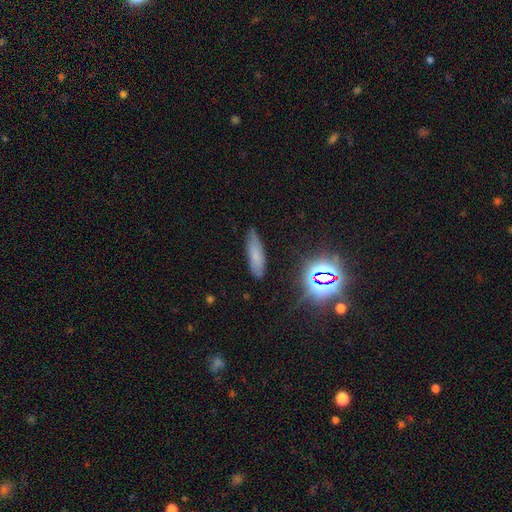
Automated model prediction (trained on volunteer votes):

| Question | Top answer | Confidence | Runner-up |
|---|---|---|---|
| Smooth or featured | smooth | 63% | star or artifact (20%) |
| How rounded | cigar-shaped | 56% | in between (40%) |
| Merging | none | 79% | minor disturbance (15%) |